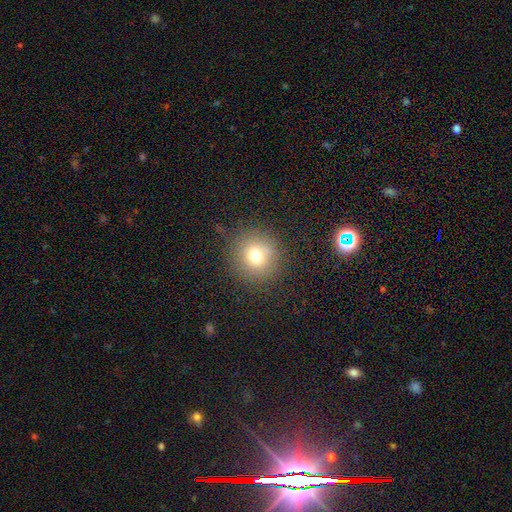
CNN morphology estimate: This appears to be a smooth galaxy with no disk features (72%) that is round (93%). Merging: none (85%).